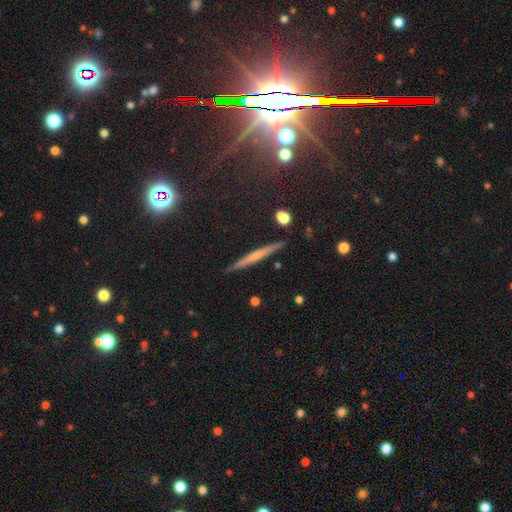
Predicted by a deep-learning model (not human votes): The model was most divided on "smooth or featured": featured or disk: 51%, smooth: 39%, star or artifact: 10%. More confident: edge-on disk — yes (96%); merging — none (90%).